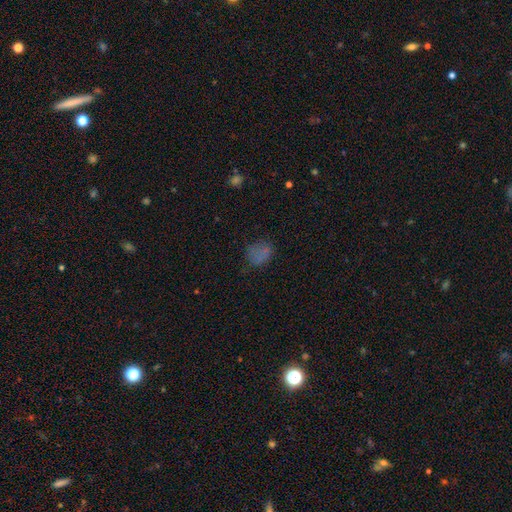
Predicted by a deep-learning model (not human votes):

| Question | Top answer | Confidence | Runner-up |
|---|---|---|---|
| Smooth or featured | smooth | 58% | star or artifact (31%) |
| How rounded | round | 53% | in between (45%) |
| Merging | none | 70% | minor disturbance (17%) |